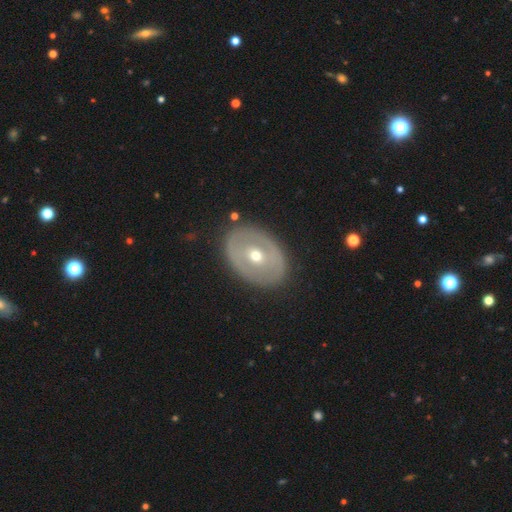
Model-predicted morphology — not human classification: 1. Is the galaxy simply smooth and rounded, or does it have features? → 61% featured or disk, 33% smooth, 6% star or artifact.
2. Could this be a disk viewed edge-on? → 92% no, 8% yes.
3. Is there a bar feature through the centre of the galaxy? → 73% no, 18% weak, 9% strong.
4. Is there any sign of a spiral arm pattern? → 83% no, 17% yes.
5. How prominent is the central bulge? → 57% moderate, 39% small, 2% large, 1% dominant, 1% none.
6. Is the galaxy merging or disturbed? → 84% none, 11% minor disturbance, 4% major disturbance, 1% merger.